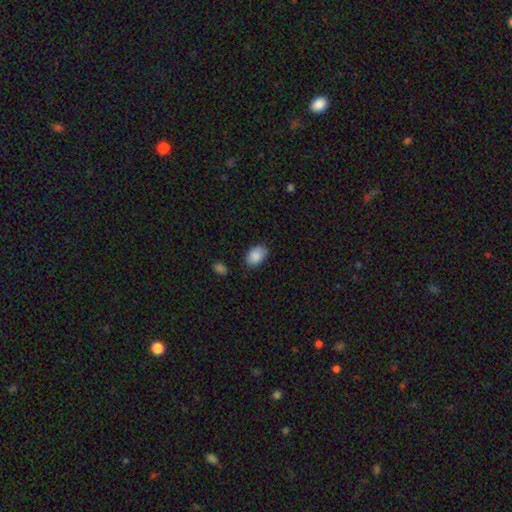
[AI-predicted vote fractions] Q: Smooth or featured?
A: smooth (89%); runner-up: star or artifact (7%)
Q: How rounded?
A: in between (86%); runner-up: round (13%)
Q: Merging?
A: none (79%); runner-up: minor disturbance (16%)